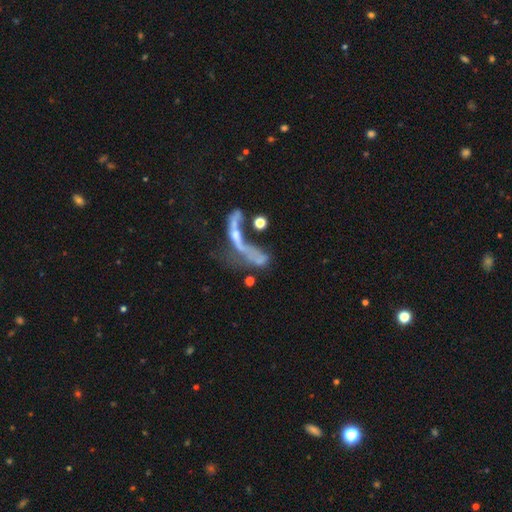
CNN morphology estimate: This appears to be a featured or disk galaxy (52%). Merging: merger (43%).